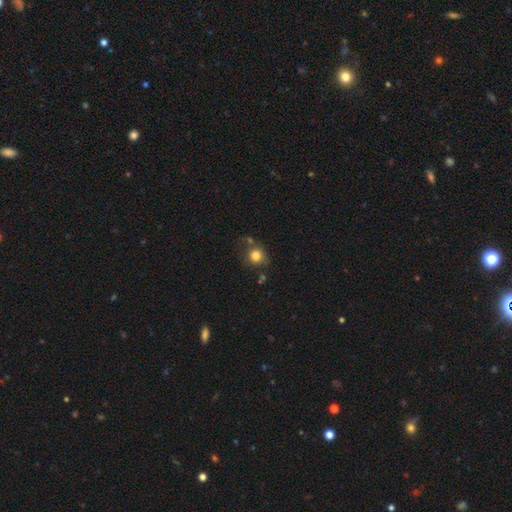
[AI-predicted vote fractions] smooth_or_featured: smooth (p=0.82) [alt: star or artifact p=0.11]
how_rounded: round (p=0.86) [alt: in between p=0.13]
merging: none (p=0.67) [alt: minor disturbance p=0.16]